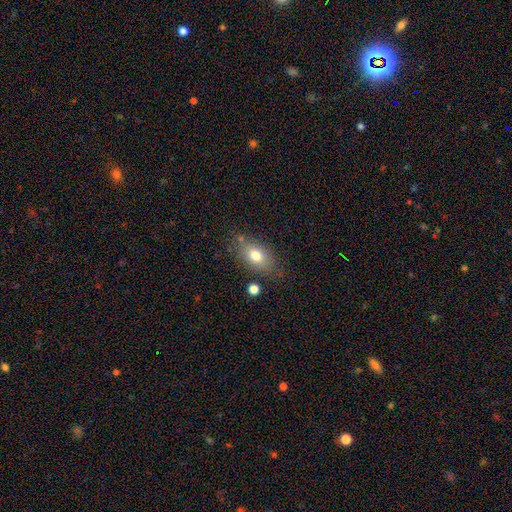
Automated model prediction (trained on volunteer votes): A smooth galaxy with no disk features (75%) that is in between round and cigar-shaped (84%).

Vote fractions:
- Smooth or featured? smooth: 75% / featured or disk: 16% / star or artifact: 9%
- How rounded? in between: 84% / round: 12% / cigar-shaped: 3%
- Merging? none: 72% / minor disturbance: 18% / merger: 5% / major disturbance: 5%